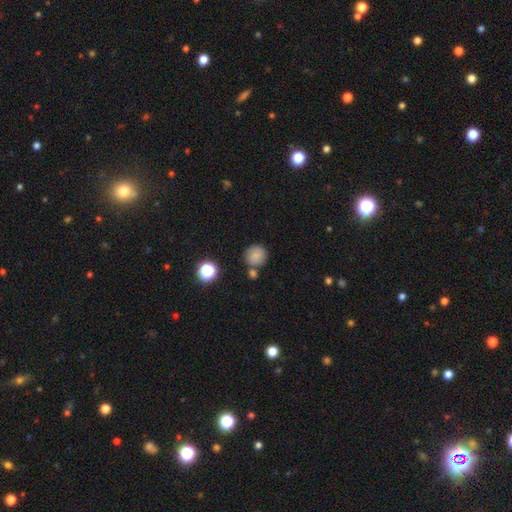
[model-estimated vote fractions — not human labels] This is likely a smooth galaxy (78%). How rounded: clearly round (92%). Merging: likely none (70%).